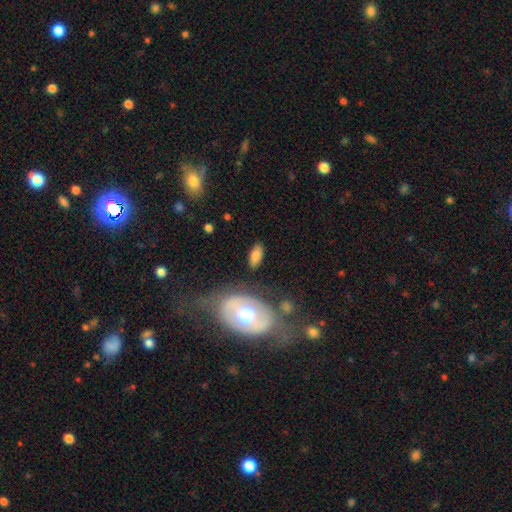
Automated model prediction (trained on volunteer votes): smooth_or_featured: smooth (p=0.76) [alt: featured or disk p=0.16]
how_rounded: in between (p=0.89) [alt: cigar-shaped p=0.07]
merging: none (p=0.79) [alt: minor disturbance p=0.13]